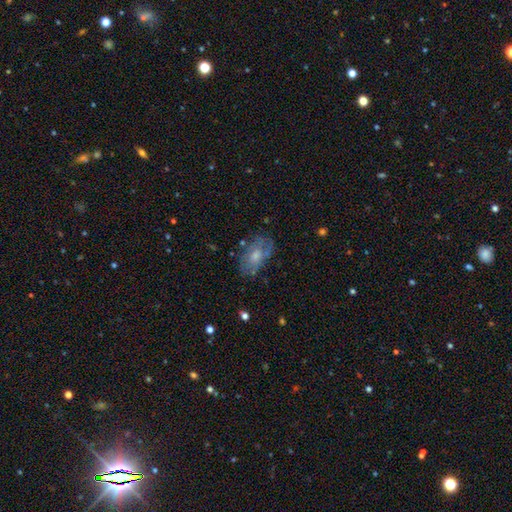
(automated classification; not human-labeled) This appears to be a smooth galaxy with no disk features (43%, tied with featured or disk). Merging: none (71%).